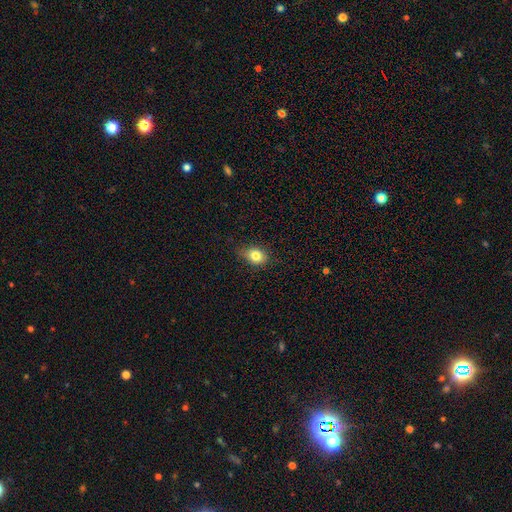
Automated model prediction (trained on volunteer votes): The model was most divided on "how rounded": in between: 57%, round: 42%, cigar-shaped: 1%. More confident: smooth or featured — smooth (82%); merging — none (75%).